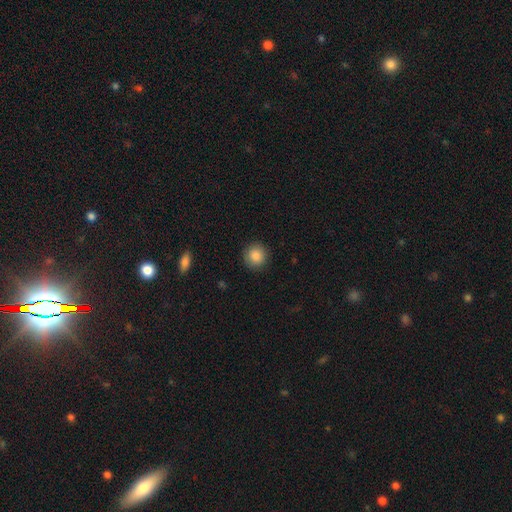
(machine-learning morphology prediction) Overall: smooth (87%). How rounded: round (93%). Merging: none (90%).